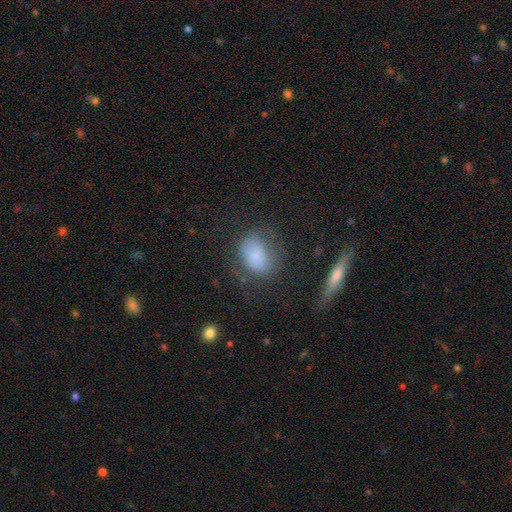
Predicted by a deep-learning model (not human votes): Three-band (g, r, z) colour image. It shows a smooth galaxy with no disk features (71%) that is in between round and cigar-shaped (70%). Merging: none (54%).